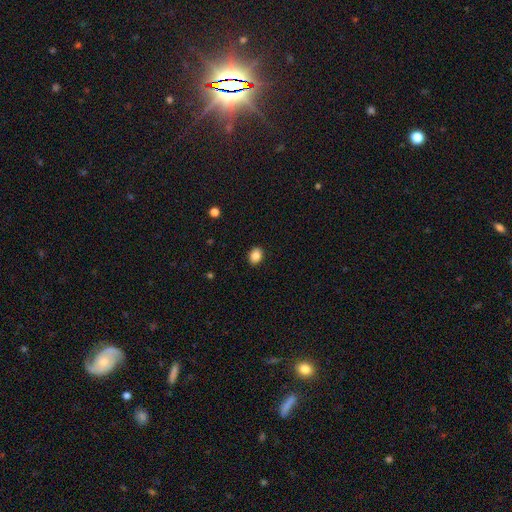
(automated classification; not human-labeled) smooth-or-featured: smooth: 86% | star or artifact: 9% | featured or disk: 5%
  how-rounded: in between: 58% | round: 41% | cigar-shaped: 1%
  merging: none: 89% | minor disturbance: 8% | major disturbance: 2% | merger: 1%